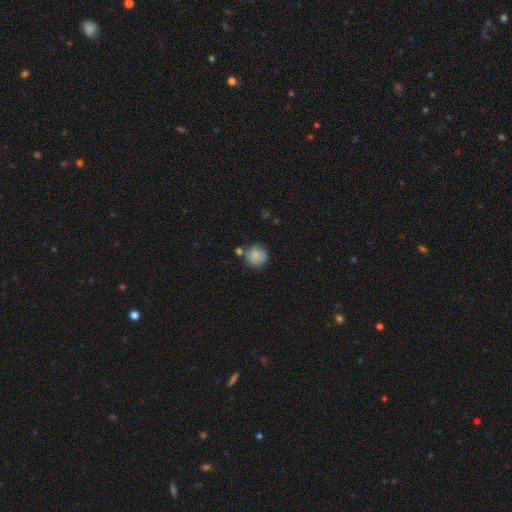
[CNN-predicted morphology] smooth_or_featured: smooth (p=0.78) [alt: featured or disk p=0.14]
how_rounded: round (p=0.91) [alt: in between p=0.08]
merging: none (p=0.66) [alt: minor disturbance p=0.18]